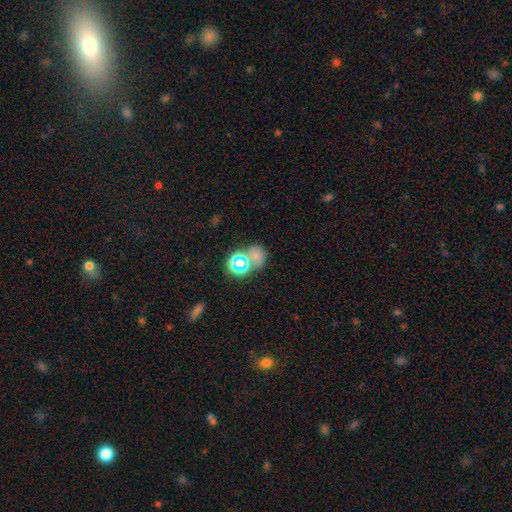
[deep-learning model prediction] The model was most divided on "smooth or featured": smooth: 54%, star or artifact: 35%, featured or disk: 11%. More confident: how rounded — round (68%); merging — none (54%).